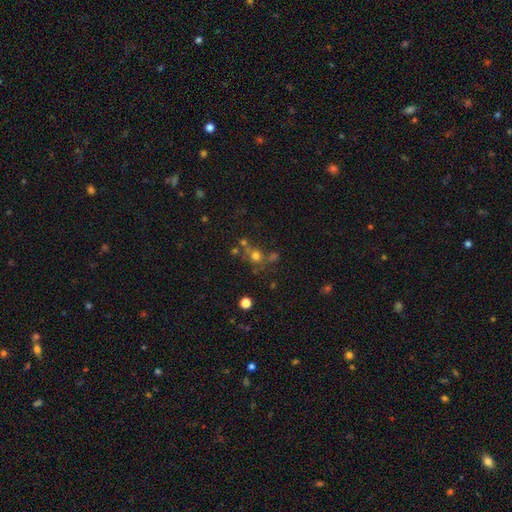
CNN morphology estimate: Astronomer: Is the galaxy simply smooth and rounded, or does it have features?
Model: smooth — 64%.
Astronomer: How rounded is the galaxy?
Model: round — 86%.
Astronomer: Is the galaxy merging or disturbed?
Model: none — 58%.